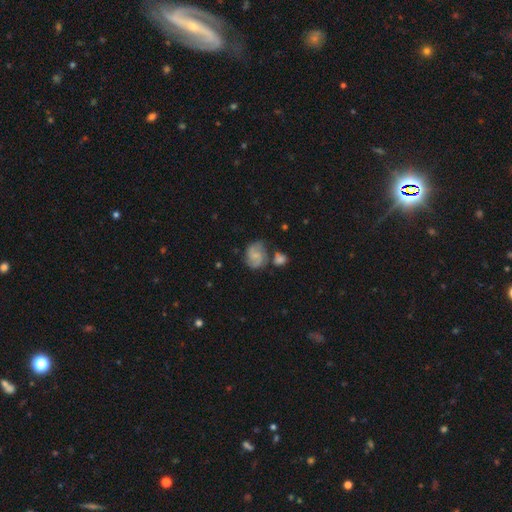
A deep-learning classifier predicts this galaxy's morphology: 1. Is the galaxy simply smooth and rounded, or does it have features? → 62% featured or disk, 30% smooth, 8% star or artifact.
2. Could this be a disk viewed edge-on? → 98% no, 2% yes.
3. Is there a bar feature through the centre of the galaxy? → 51% no, 41% weak, 7% strong.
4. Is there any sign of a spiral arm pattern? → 92% yes, 8% no.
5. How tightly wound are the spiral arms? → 50% medium, 28% tight, 22% loose.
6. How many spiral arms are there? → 76% 2, 10% can't tell, 7% 3, 3% 1, 2% 4, 2% more than 4.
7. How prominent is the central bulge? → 50% small, 27% none, 19% moderate, 2% large, 1% dominant.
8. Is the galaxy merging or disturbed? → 55% none, 20% minor disturbance, 17% merger, 8% major disturbance.